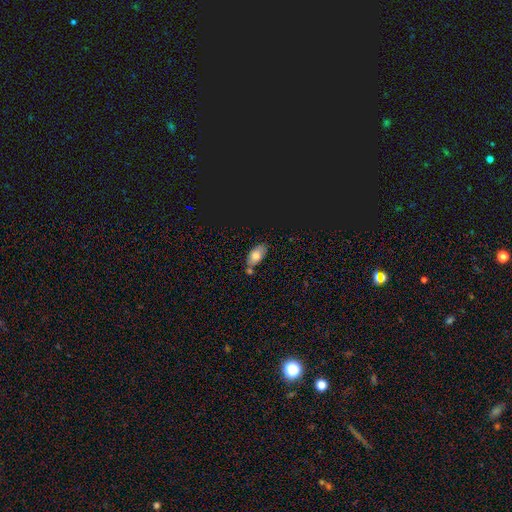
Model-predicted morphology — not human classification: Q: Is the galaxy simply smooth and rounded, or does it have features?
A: smooth — 71%.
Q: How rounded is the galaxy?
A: in between — 90%.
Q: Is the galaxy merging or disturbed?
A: none — 55%.